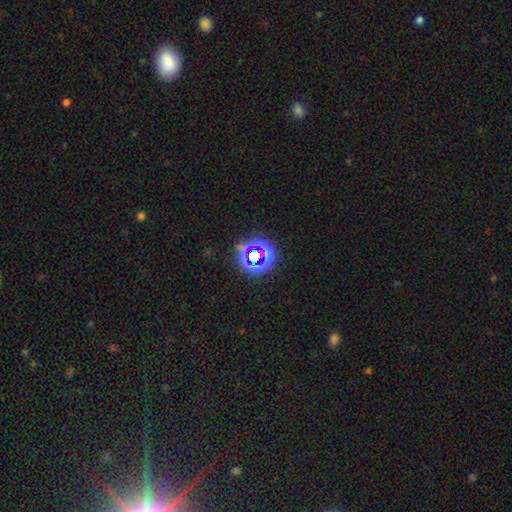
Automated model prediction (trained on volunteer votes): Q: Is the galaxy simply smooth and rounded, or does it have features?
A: star or artifact — 67%.